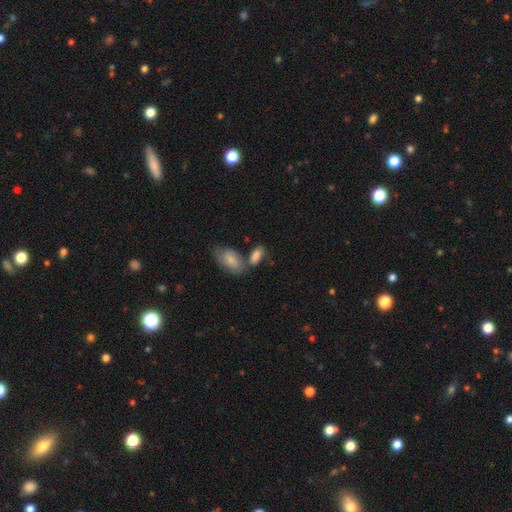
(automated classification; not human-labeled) This is clearly a smooth galaxy (80%). How rounded: clearly in between (89%). Merging: possibly none (45%).